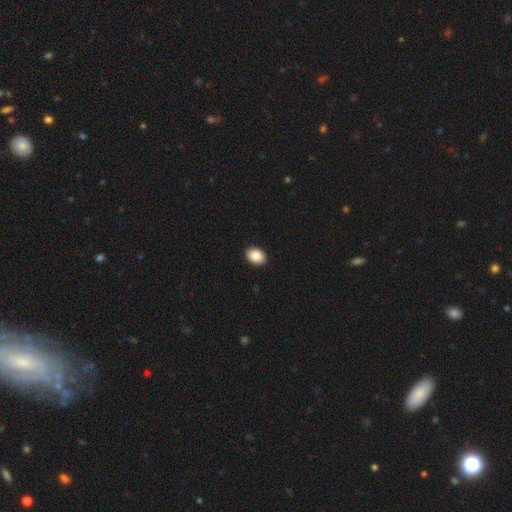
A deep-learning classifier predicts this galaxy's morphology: Overall: smooth (87%). How rounded: in between (74%). Merging: none (92%).